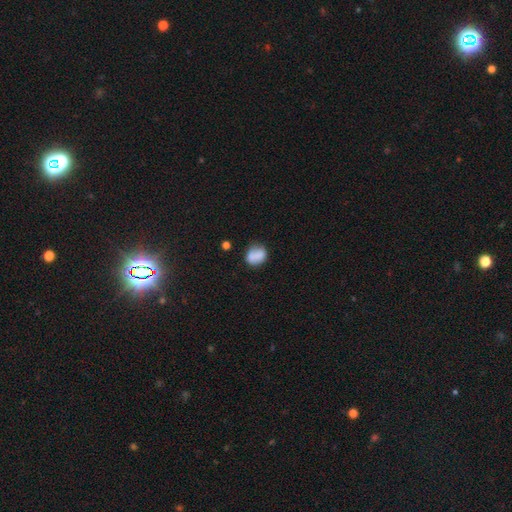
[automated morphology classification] A smooth galaxy with no disk features (79%) that is round (54%).

Vote fractions:
- Smooth or featured? smooth: 79% / featured or disk: 12% / star or artifact: 9%
- How rounded? round: 54% / in between: 45% / cigar-shaped: 1%
- Merging? none: 59% / minor disturbance: 23% / merger: 10% / major disturbance: 7%